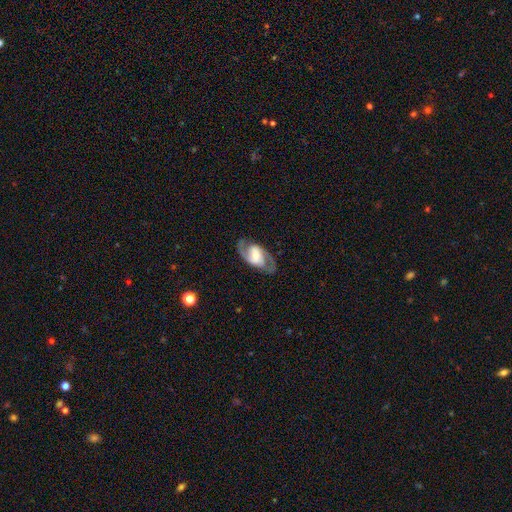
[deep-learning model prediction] smooth_or_featured: featured or disk (p=0.81) [alt: smooth p=0.14]
disk_edge_on: no (p=0.95) [alt: yes p=0.05]
bar: weak (p=0.42) [alt: strong p=0.32]
has_spiral_arms: yes (p=0.91) [alt: no p=0.09]
spiral_winding: medium (p=0.54) [alt: tight p=0.26]
spiral_arm_count: 2 (p=0.90) [alt: can't tell p=0.05]
bulge_size: moderate (p=0.42) [alt: small p=0.33]
merging: none (p=0.81) [alt: minor disturbance p=0.12]